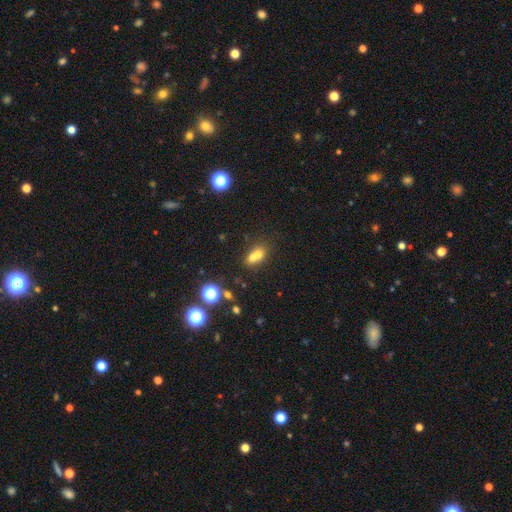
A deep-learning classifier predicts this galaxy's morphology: A smooth galaxy with no disk features (65%) that is in between round and cigar-shaped (55%).

Vote fractions:
- Smooth or featured? smooth: 65% / featured or disk: 19% / star or artifact: 16%
- How rounded? in between: 55% / round: 42% / cigar-shaped: 3%
- Merging? merger: 60% / none: 28% / minor disturbance: 8% / major disturbance: 4%